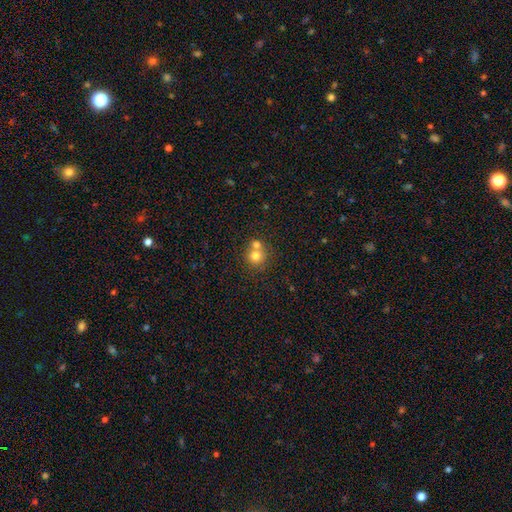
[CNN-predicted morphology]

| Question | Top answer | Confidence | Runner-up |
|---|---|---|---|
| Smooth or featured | smooth | 75% | featured or disk (14%) |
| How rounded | round | 88% | in between (11%) |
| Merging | merger | 47% | none (43%) |